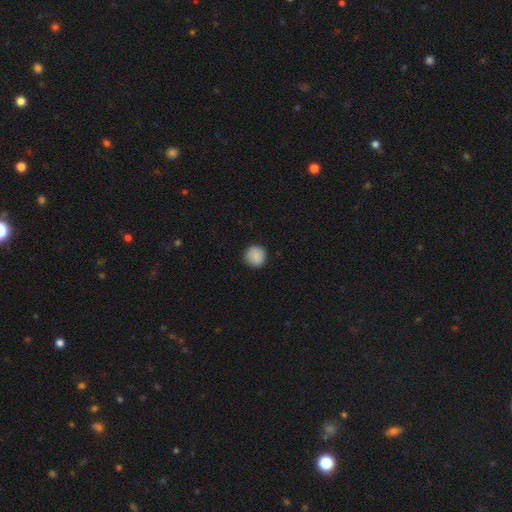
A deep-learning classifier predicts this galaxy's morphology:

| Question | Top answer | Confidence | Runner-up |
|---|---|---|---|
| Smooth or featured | smooth | 88% | star or artifact (8%) |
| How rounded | round | 93% | in between (6%) |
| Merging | none | 88% | minor disturbance (9%) |